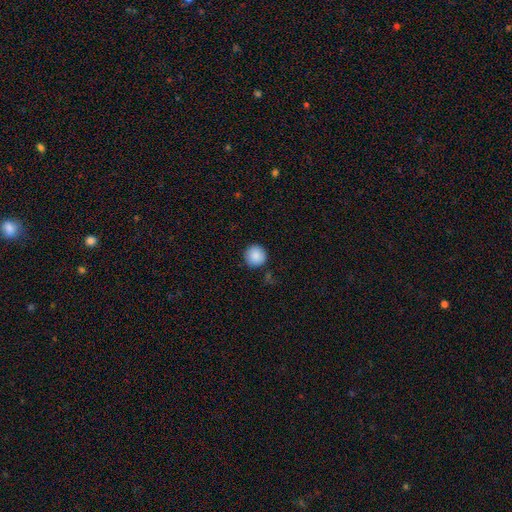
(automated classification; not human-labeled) This appears to be a smooth galaxy with no disk features (89%) that is round (95%). Merging: none (89%).